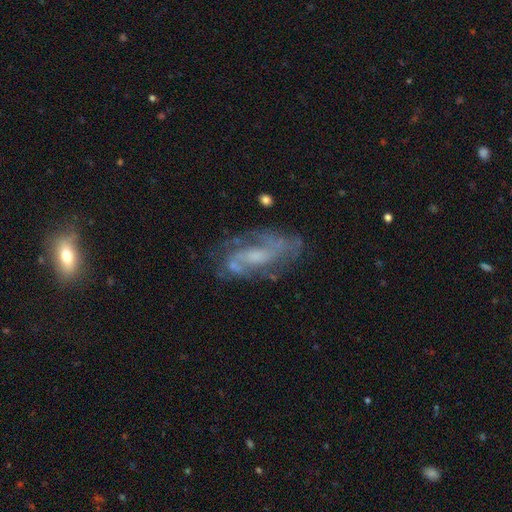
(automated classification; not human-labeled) This is clearly a featured or disk galaxy (81%). It is clearly not viewed edge-on (93%). Bar: possibly weak (46%). Spiral arm pattern: clearly yes (91%). Spiral arm count: likely 2 (66%). Spiral winding: possibly medium (49%). Central bulge: marginally small (38%). Merging: likely none (66%).